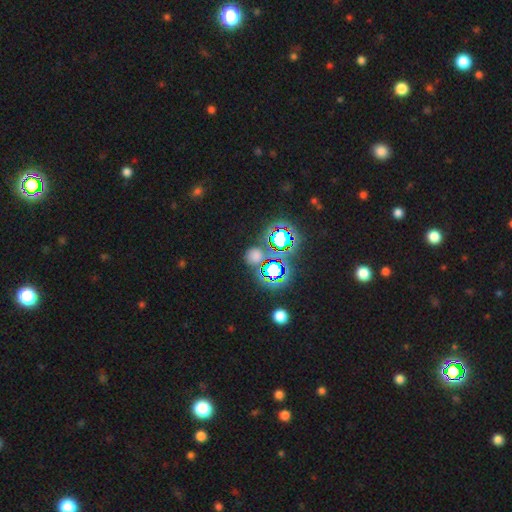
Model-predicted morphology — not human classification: Q: Smooth or featured?
A: star or artifact (50%); runner-up: smooth (41%)